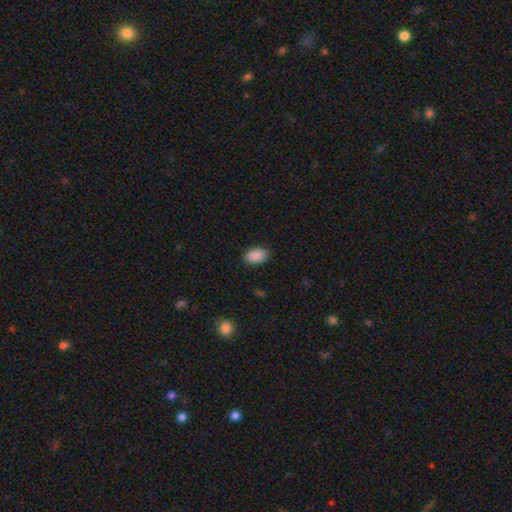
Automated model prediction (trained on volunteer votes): Overall: smooth (90%). How rounded: in between (92%). Merging: none (88%).